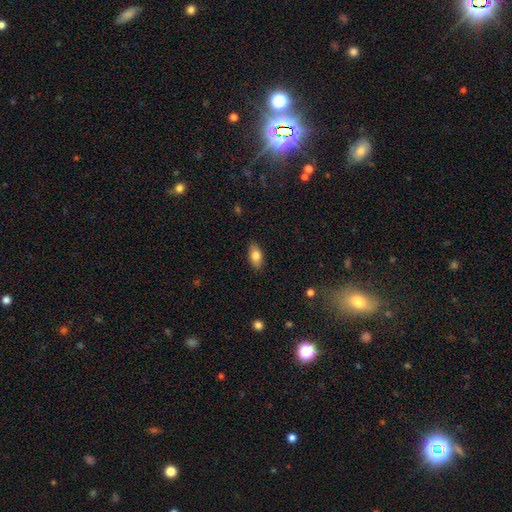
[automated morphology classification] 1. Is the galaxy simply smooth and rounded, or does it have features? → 80% smooth, 13% featured or disk, 7% star or artifact.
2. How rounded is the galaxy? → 88% in between, 8% cigar-shaped, 5% round.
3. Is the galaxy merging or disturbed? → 87% none, 10% minor disturbance, 2% major disturbance, 1% merger.